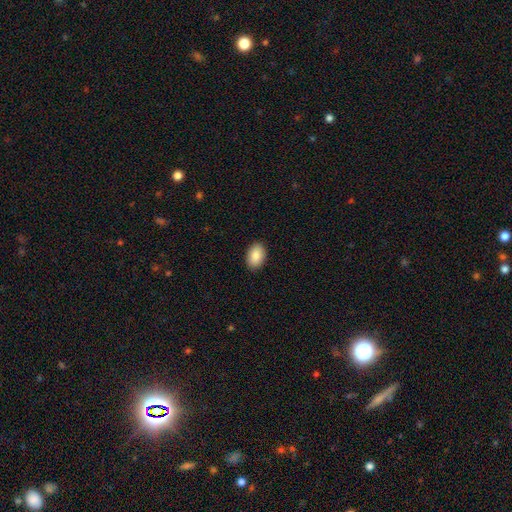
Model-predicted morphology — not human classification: Smooth or featured: smooth — 88% (star or artifact — 7%)
How rounded: in between — 88% (round — 11%)
Merging: none — 90% (minor disturbance — 7%)